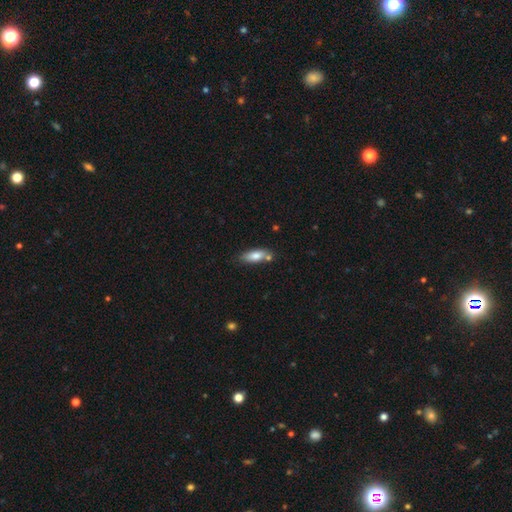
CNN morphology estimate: A smooth galaxy with no disk features (77%) that is in between round and cigar-shaped (69%).

Vote fractions:
- Smooth or featured? smooth: 77% / featured or disk: 16% / star or artifact: 7%
- How rounded? in between: 69% / cigar-shaped: 29% / round: 2%
- Merging? none: 67% / minor disturbance: 17% / merger: 13% / major disturbance: 3%